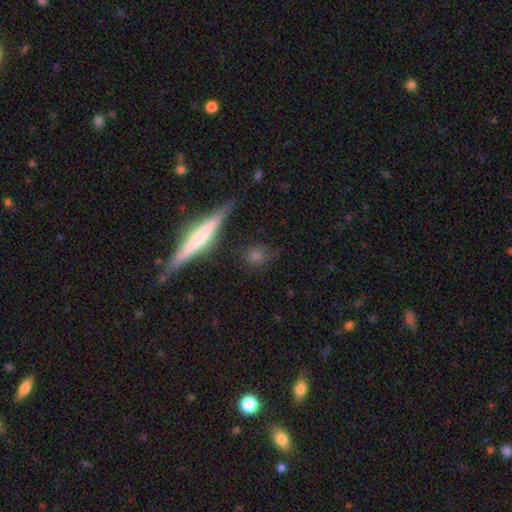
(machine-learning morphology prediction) type=smooth (48%); merging=none (75%).